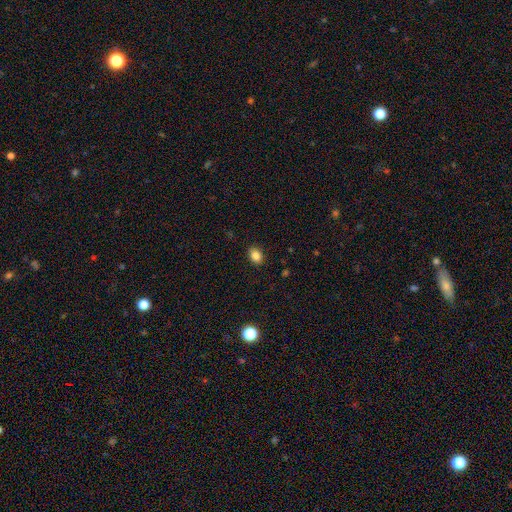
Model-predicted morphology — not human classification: Overall: smooth (85%). How rounded: in between (65%; round 34%). Merging: none (89%).